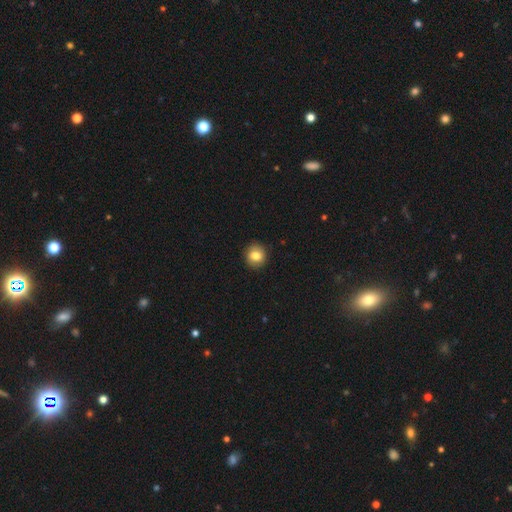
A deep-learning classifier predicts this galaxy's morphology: A smooth galaxy with no disk features (82%) that is round (85%). Merging: none (90%).